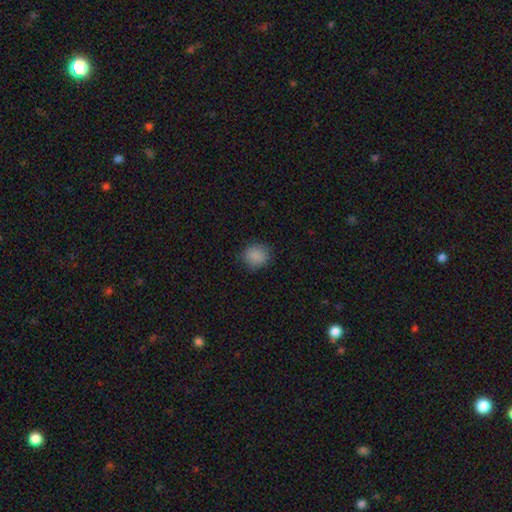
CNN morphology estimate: A smooth galaxy with no disk features (87%) that is round (78%). Merging: none (85%).